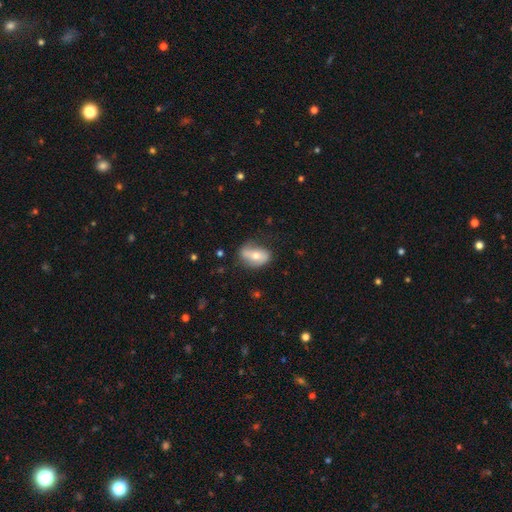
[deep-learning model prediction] This is possibly a smooth galaxy (54%). How rounded: clearly in between (85%). Merging: likely none (61%).